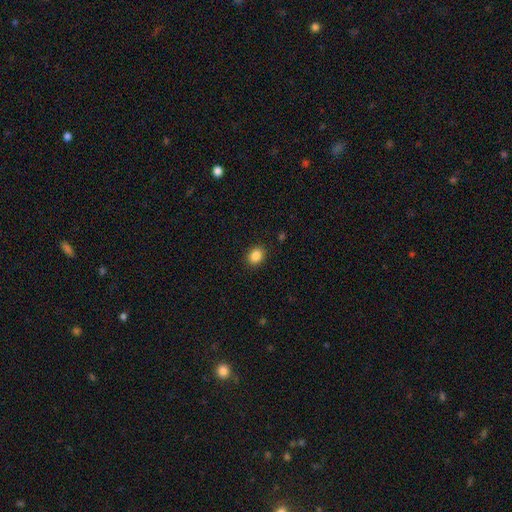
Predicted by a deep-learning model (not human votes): Smooth or featured?
  - smooth: 87% *
  - star or artifact: 10%
  - featured or disk: 4%
How rounded?
  - round: 50% *
  - in between: 49%
  - cigar-shaped: 1%
Merging?
  - none: 89% *
  - minor disturbance: 7%
  - major disturbance: 2%
  - merger: 1%